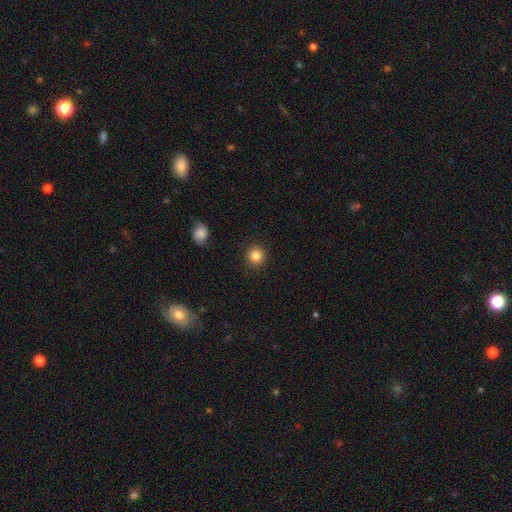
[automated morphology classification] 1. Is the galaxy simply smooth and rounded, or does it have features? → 85% smooth, 11% star or artifact, 5% featured or disk.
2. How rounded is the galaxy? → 93% round, 6% in between, 1% cigar-shaped.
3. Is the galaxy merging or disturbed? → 91% none, 6% minor disturbance, 2% major disturbance, 1% merger.